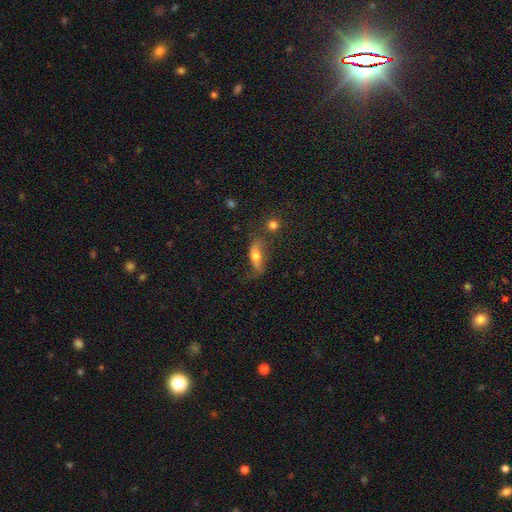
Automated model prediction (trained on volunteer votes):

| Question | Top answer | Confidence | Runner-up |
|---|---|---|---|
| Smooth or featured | smooth | 52% | featured or disk (39%) |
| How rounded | in between | 68% | cigar-shaped (27%) |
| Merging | none | 43% | minor disturbance (26%) |